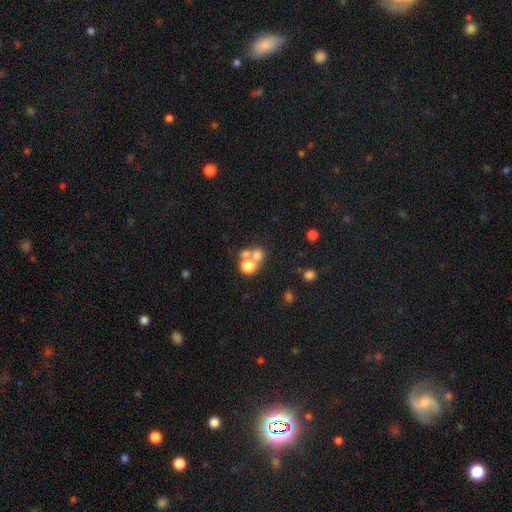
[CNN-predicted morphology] type=smooth (65%); roundness=round (79%); merging=merger (52%).